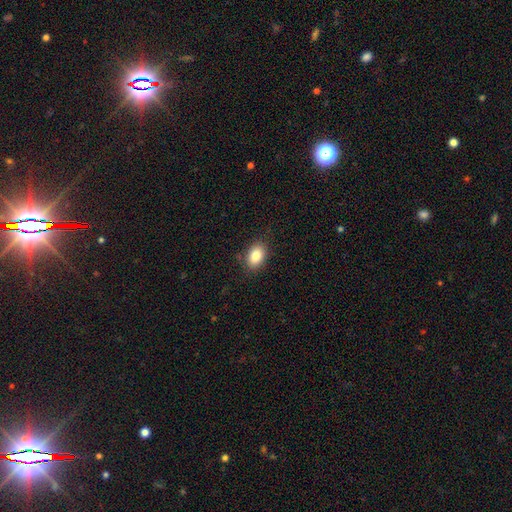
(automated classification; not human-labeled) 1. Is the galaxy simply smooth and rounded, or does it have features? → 85% smooth, 8% star or artifact, 7% featured or disk.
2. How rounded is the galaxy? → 85% in between, 14% round, 1% cigar-shaped.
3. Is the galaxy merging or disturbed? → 85% none, 11% minor disturbance, 3% major disturbance, 1% merger.